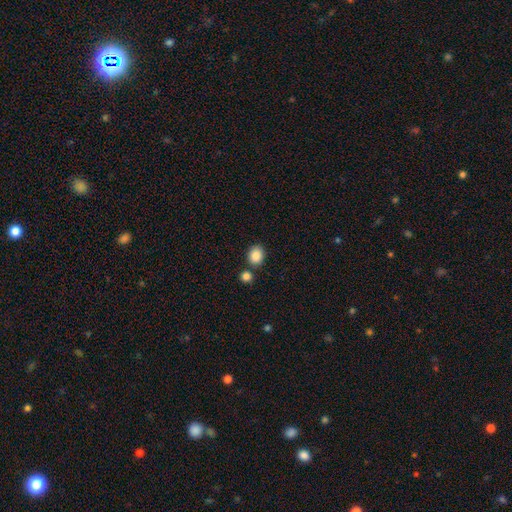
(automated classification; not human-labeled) A smooth galaxy with no disk features (87%) that is round (57%).

Vote fractions:
- Smooth or featured? smooth: 87% / star or artifact: 9% / featured or disk: 4%
- How rounded? round: 57% / in between: 42% / cigar-shaped: 1%
- Merging? none: 74% / merger: 14% / minor disturbance: 9% / major disturbance: 3%